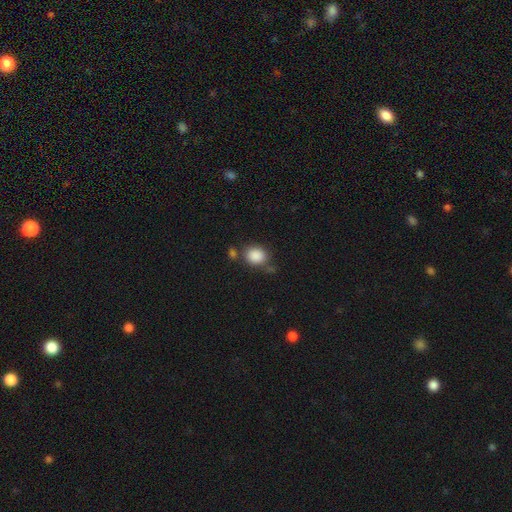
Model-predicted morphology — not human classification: smooth-or-featured: smooth: 87% | star or artifact: 9% | featured or disk: 4%
  how-rounded: round: 58% | in between: 41% | cigar-shaped: 1%
  merging: none: 66% | minor disturbance: 16% | merger: 12% | major disturbance: 6%